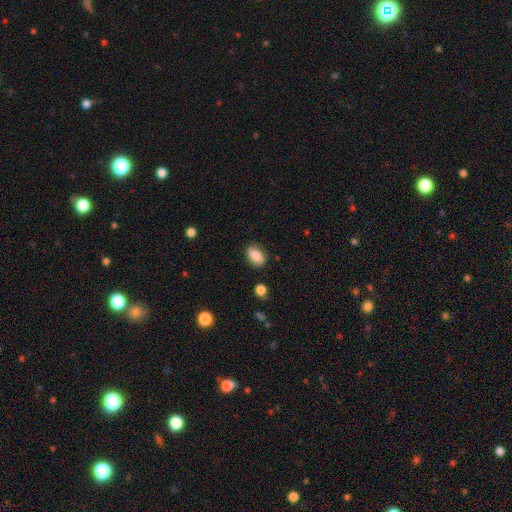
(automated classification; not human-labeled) Morphology: type=smooth (83%); roundness=in between (87%); merging=none (83%).